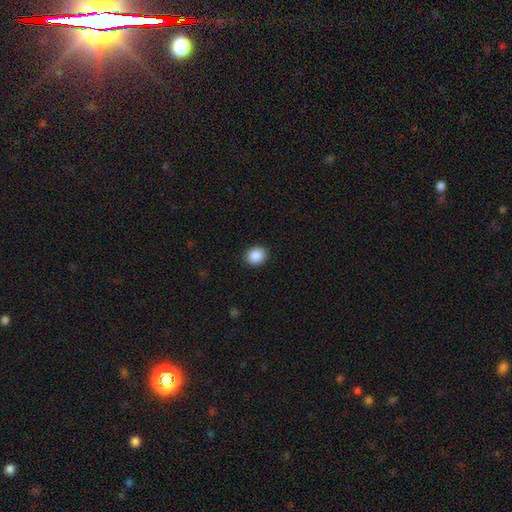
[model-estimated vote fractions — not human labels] Smooth or featured: smooth — 89% (star or artifact — 9%)
How rounded: round — 78% (in between — 22%)
Merging: none — 91% (minor disturbance — 6%)